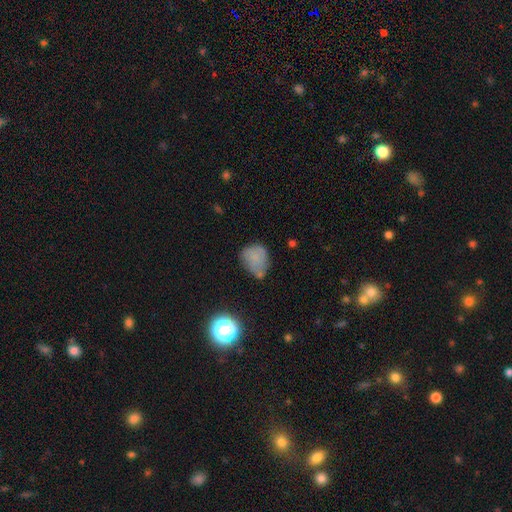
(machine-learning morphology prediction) Smooth or featured: smooth — 68% (featured or disk — 19%)
How rounded: in between — 53% (round — 46%)
Merging: minor disturbance — 37% (none — 35%)